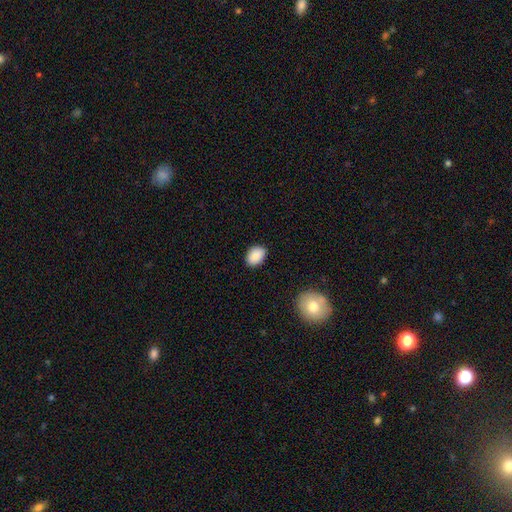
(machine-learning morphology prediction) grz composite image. It shows a smooth galaxy with no disk features (89%) that is in between round and cigar-shaped (77%). Merging: none (87%).